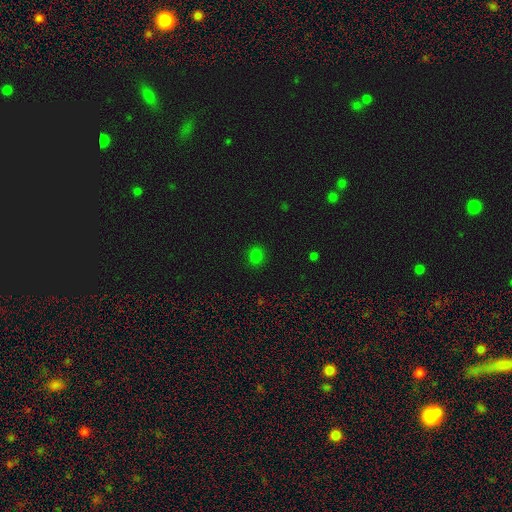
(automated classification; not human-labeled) Smooth or featured?
  - smooth: 78% *
  - star or artifact: 17%
  - featured or disk: 4%
How rounded?
  - round: 74% *
  - in between: 24%
  - cigar-shaped: 1%
Merging?
  - none: 89% *
  - minor disturbance: 7%
  - major disturbance: 2%
  - merger: 1%